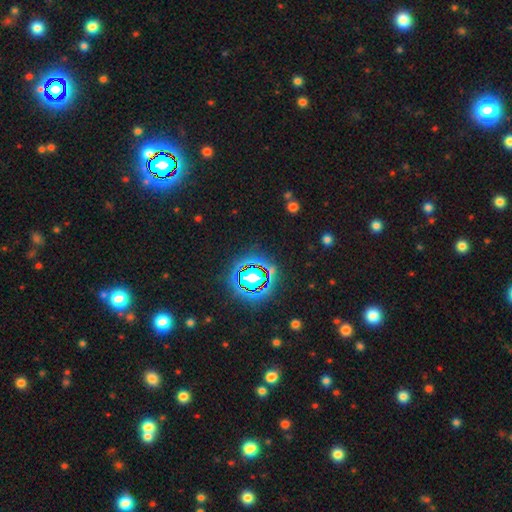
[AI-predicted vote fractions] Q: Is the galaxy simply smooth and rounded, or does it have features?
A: star or artifact — 81%.